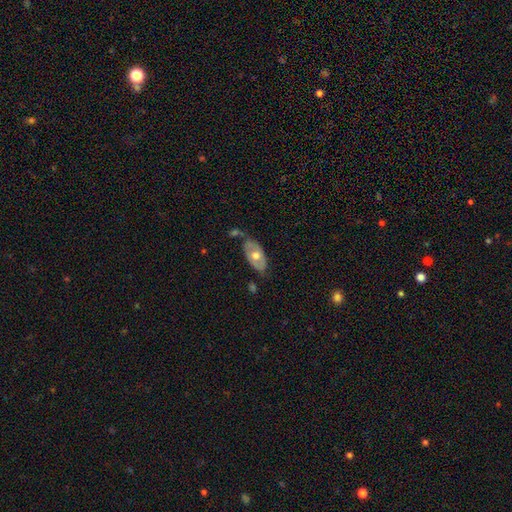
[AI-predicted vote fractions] Smooth or featured?
  - smooth: 48% *
  - featured or disk: 47%
  - star or artifact: 5%
Merging?
  - none: 57% *
  - minor disturbance: 25%
  - merger: 10%
  - major disturbance: 7%